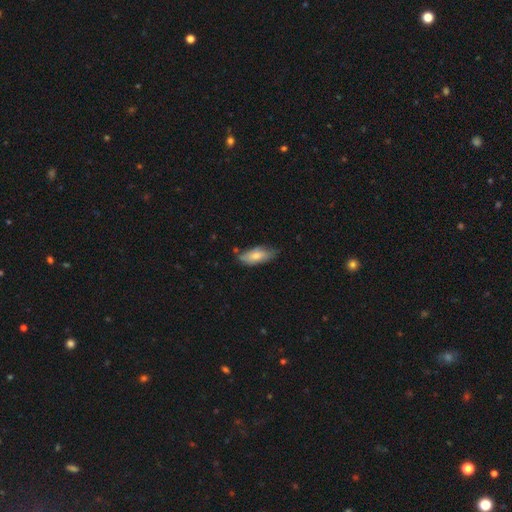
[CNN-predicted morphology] This is likely a smooth galaxy (72%). How rounded: likely in between (79%). Merging: likely none (61%).